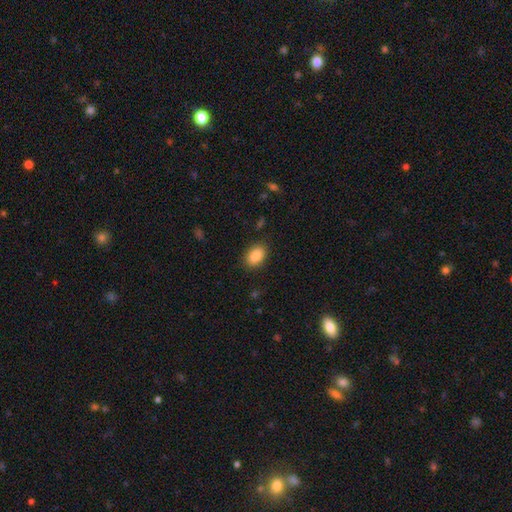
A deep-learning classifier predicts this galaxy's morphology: smooth 89%, star or artifact 7%, featured or disk 4%. Down the decision tree: how rounded — in between (85%); merging — none (86%).